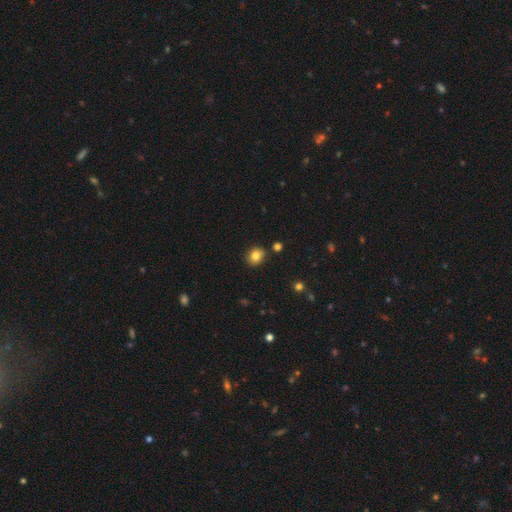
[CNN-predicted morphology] Q: Smooth or featured?
A: smooth (82%); runner-up: star or artifact (11%)
Q: How rounded?
A: round (65%); runner-up: in between (34%)
Q: Merging?
A: none (83%); runner-up: minor disturbance (10%)